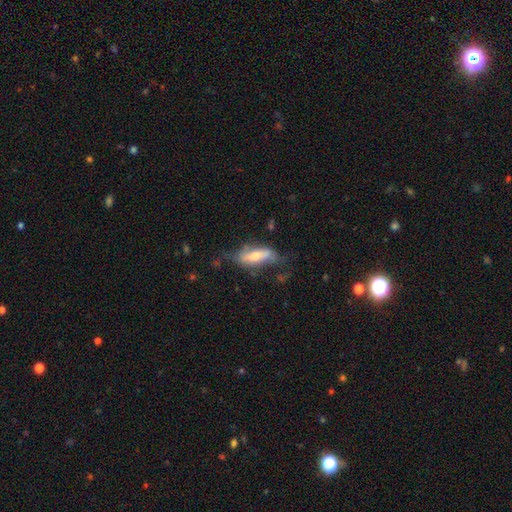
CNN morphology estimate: This is possibly a smooth galaxy (54%). How rounded: likely in between (62%). Merging: marginally none (45%).